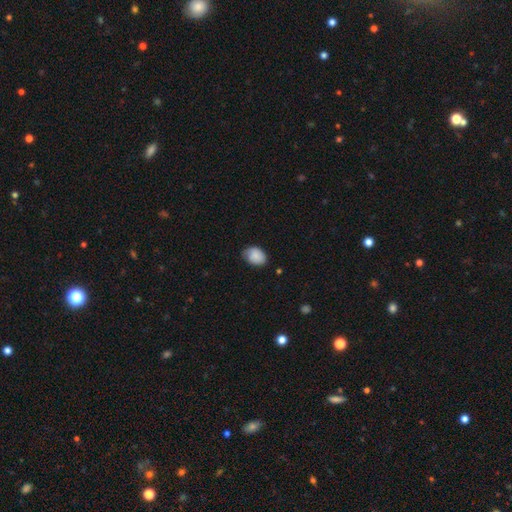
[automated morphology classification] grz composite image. It shows a smooth galaxy with no disk features (82%) that is in between round and cigar-shaped (73%). Merging: none (63%).